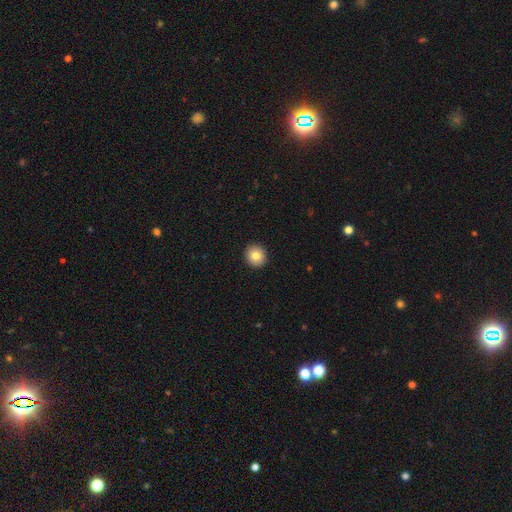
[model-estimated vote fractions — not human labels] This appears to be a smooth galaxy with no disk features (82%) that is round (91%). Merging: none (93%).